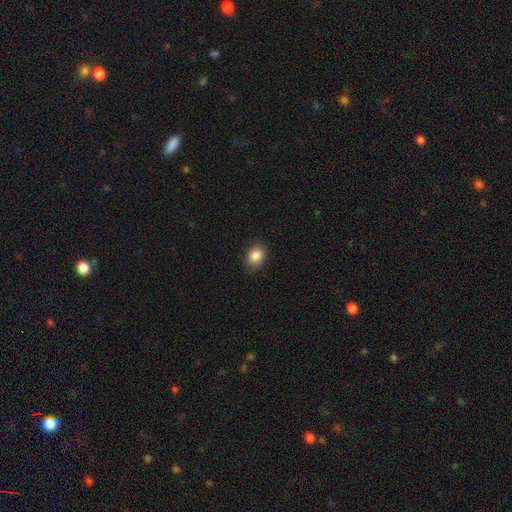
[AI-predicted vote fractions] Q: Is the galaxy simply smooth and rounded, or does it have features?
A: smooth — 87%.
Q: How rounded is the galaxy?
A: in between — 56%.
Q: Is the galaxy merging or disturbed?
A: none — 84%.